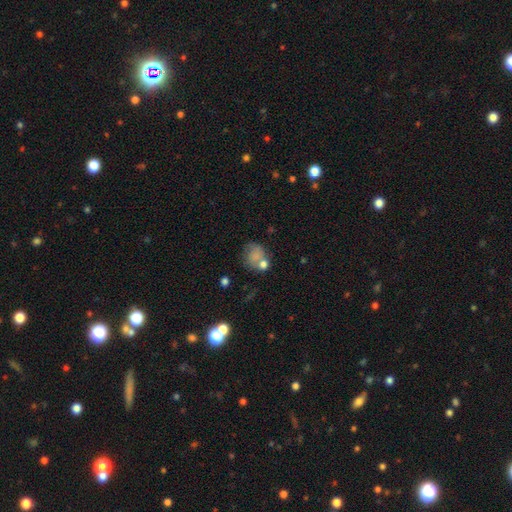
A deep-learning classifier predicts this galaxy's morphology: This is likely a smooth galaxy (66%). How rounded: likely round (66%). Merging: marginally none (40%).